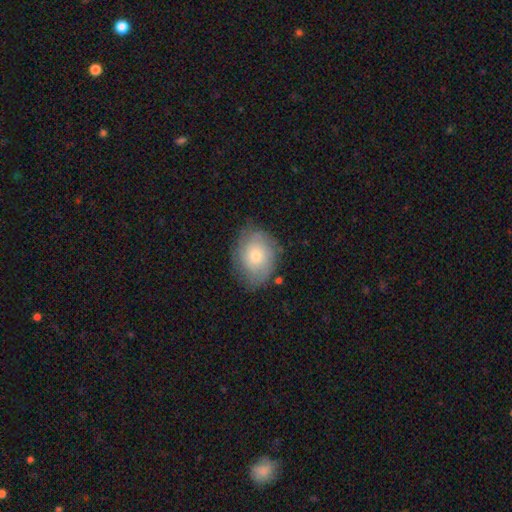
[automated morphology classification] Q: Smooth or featured?
A: smooth (50%); runner-up: featured or disk (42%)
Q: Merging?
A: none (72%); runner-up: minor disturbance (21%)